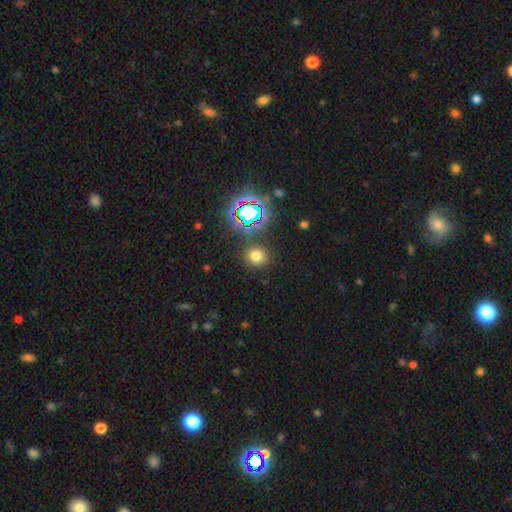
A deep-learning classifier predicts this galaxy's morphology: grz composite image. It shows a smooth galaxy with no disk features (70%) that is round (90%). Merging: none (86%).